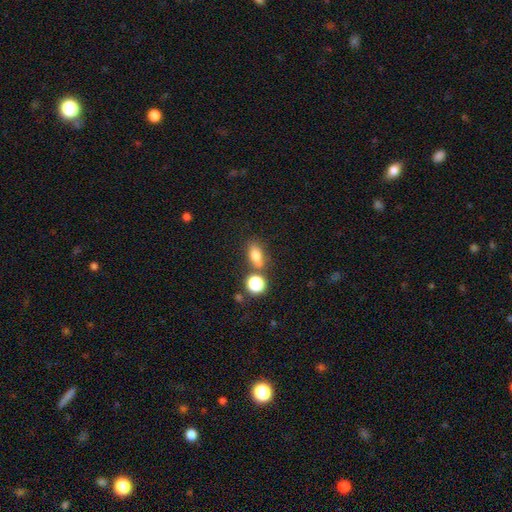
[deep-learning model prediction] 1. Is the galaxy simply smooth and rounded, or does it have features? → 76% smooth, 13% star or artifact, 11% featured or disk.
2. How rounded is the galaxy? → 73% in between, 21% round, 6% cigar-shaped.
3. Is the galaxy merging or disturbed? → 67% none, 15% merger, 13% minor disturbance, 4% major disturbance.